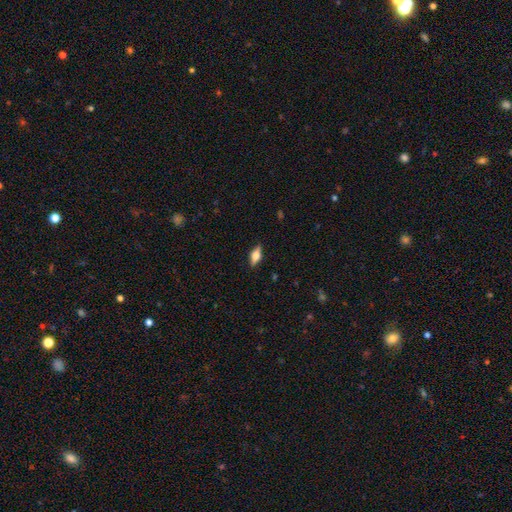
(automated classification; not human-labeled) Smooth or featured: smooth — 53% (featured or disk — 39%)
How rounded: in between — 76% (cigar-shaped — 20%)
Merging: none — 86% (minor disturbance — 10%)